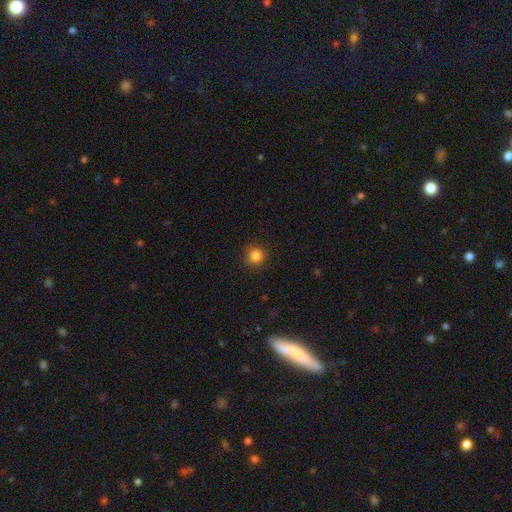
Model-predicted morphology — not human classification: smooth_or_featured: smooth (p=0.84) [alt: star or artifact p=0.12]
how_rounded: round (p=0.94) [alt: in between p=0.05]
merging: none (p=0.89) [alt: minor disturbance p=0.07]